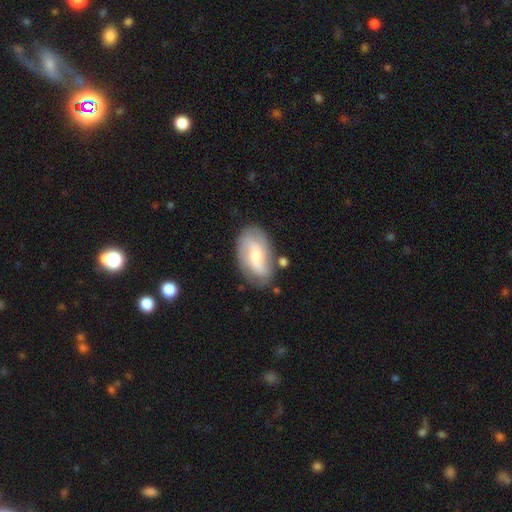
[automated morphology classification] Smooth or featured? featured or disk (60%)
Edge-on disk? no (93%)
Bar? weak (43%)
Spiral arms? yes (83%)
Bulge size? moderate (50%)
Merging? none (72%)